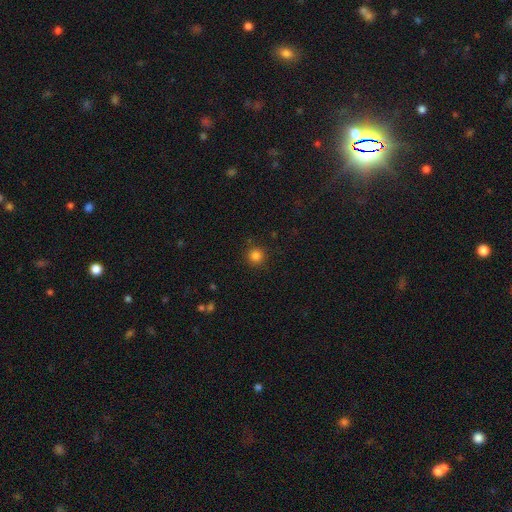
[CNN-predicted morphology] Smooth or featured? smooth (83%)
How rounded? round (95%)
Merging? none (90%)